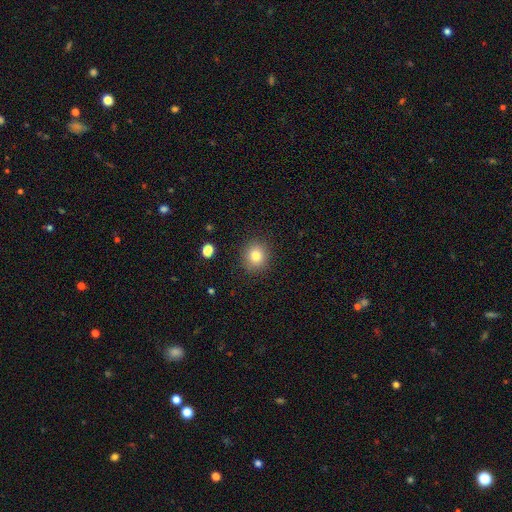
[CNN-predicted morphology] This appears to be a smooth galaxy with no disk features (81%) that is round (87%). Merging: none (89%).